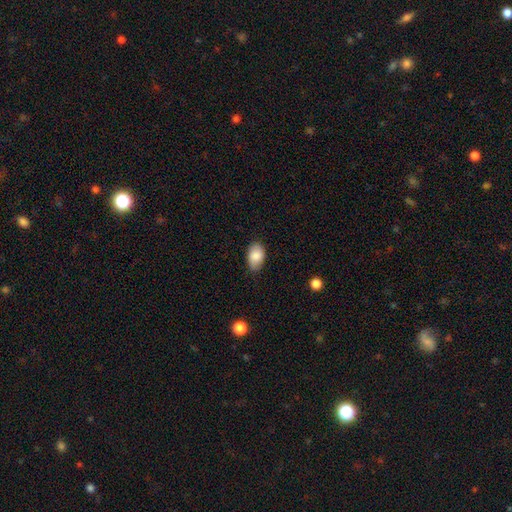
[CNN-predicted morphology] This appears to be a smooth galaxy with no disk features (86%) that is in between round and cigar-shaped (90%). Merging: none (78%).